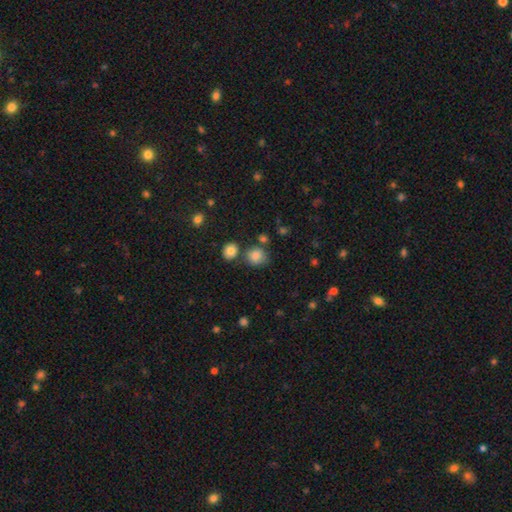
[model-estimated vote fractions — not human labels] Smooth or featured? Predicted: smooth (p=0.82). How rounded? Predicted: round (p=0.78). Merging? Predicted: none (p=0.68).